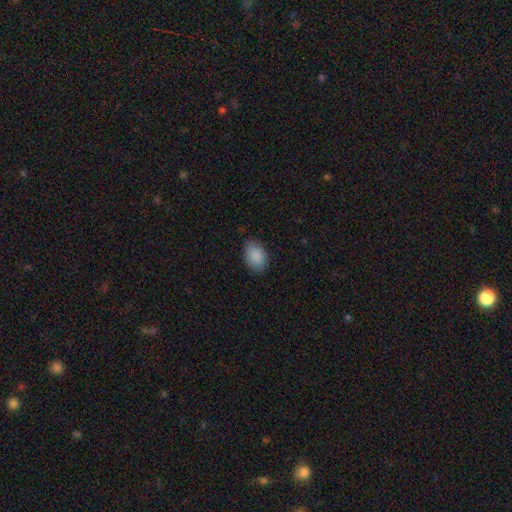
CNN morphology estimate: Smooth or featured? Predicted: smooth (p=0.89). How rounded? Predicted: in between (p=0.80). Merging? Predicted: none (p=0.81).